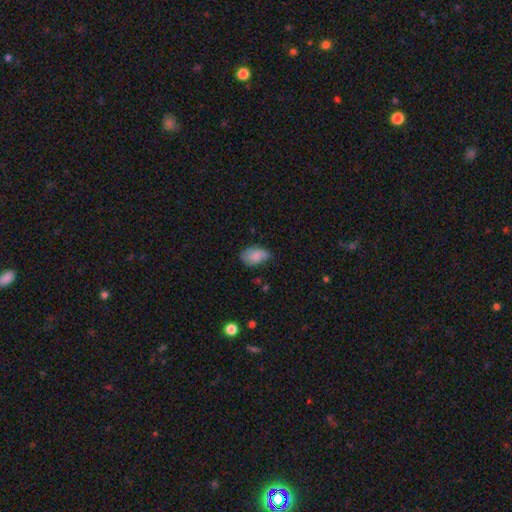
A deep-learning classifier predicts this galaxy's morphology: smooth-or-featured: smooth: 77% | featured or disk: 15% | star or artifact: 8%
  how-rounded: in between: 91% | round: 8% | cigar-shaped: 2%
  merging: none: 56% | minor disturbance: 34% | major disturbance: 8% | merger: 2%